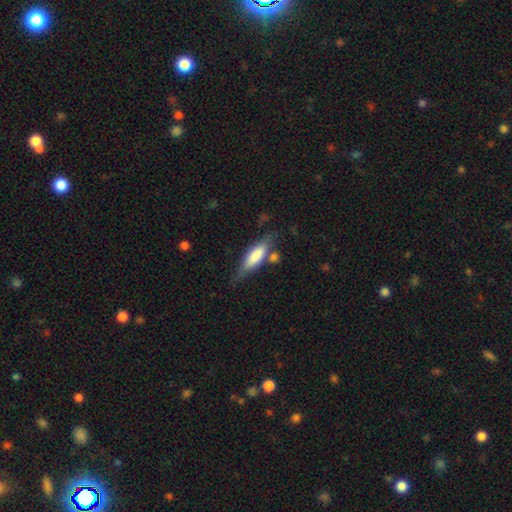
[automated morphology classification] The model was most divided on "how rounded": in between: 54%, cigar-shaped: 44%, round: 2%. More confident: smooth or featured — smooth (73%); merging — none (61%).